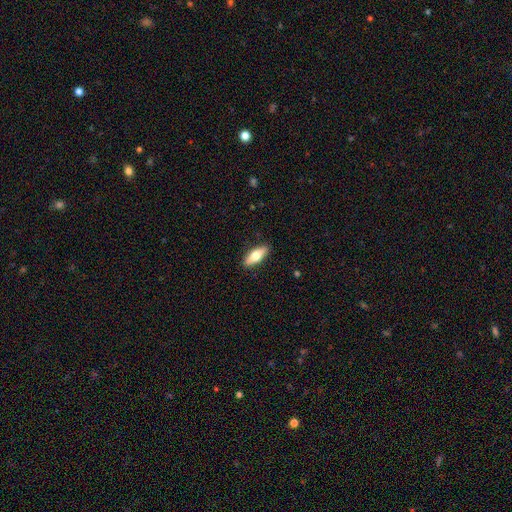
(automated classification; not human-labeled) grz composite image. It shows a smooth galaxy with no disk features (63%) that is in between round and cigar-shaped (65%). Merging: none (89%).